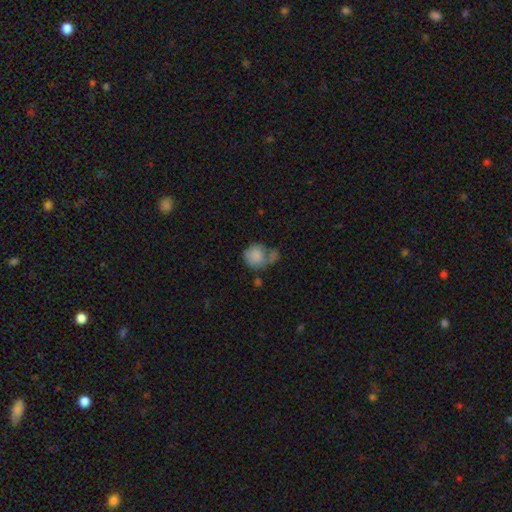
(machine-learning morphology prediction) A smooth galaxy with no disk features (80%) that is round (73%).

Vote fractions:
- Smooth or featured? smooth: 80% / featured or disk: 12% / star or artifact: 8%
- How rounded? round: 73% / in between: 26% / cigar-shaped: 1%
- Merging? merger: 32% (tied) / none: 32% (tied) / minor disturbance: 20% / major disturbance: 16%